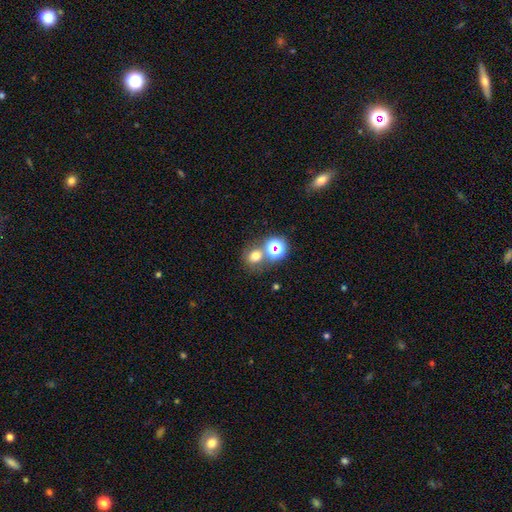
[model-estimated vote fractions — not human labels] Smooth or featured? smooth (65%)
How rounded? round (74%)
Merging? none (59%)